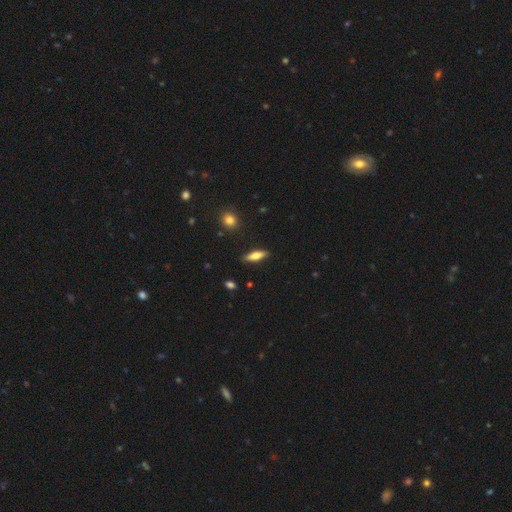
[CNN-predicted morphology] The model was most divided on "how rounded": cigar-shaped: 51%, in between: 46%, round: 2%. More confident: merging — none (87%); smooth or featured — smooth (67%).